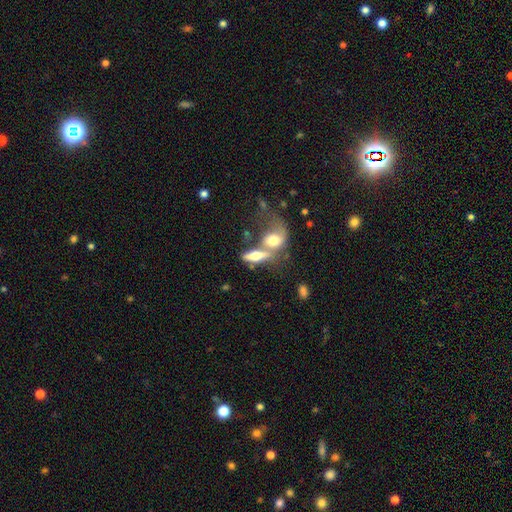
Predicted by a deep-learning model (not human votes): A smooth galaxy with no disk features (48%).

Vote fractions:
- Smooth or featured? smooth: 48% / featured or disk: 43% / star or artifact: 8%
- Merging? merger: 58% / none: 24% / minor disturbance: 9% / major disturbance: 9%